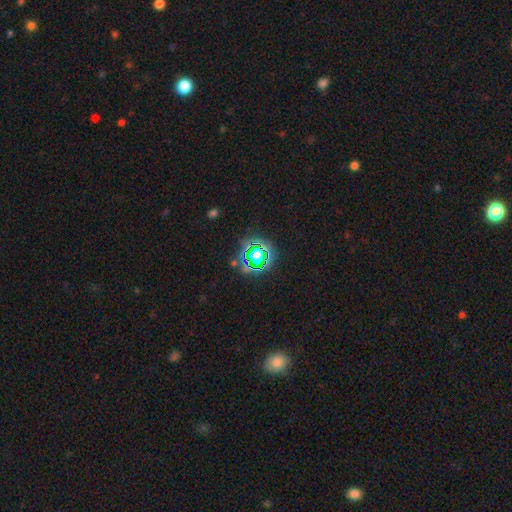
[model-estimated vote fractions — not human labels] Smooth or featured? Predicted: star or artifact (p=0.70).